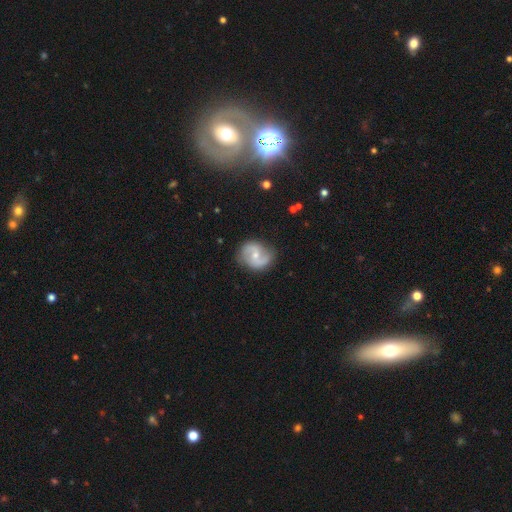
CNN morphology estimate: type=featured or disk (77%); edge-on=no (98%); bar=no (45%); spiral arms=yes (93%); winding=medium (47%); arm count=2 (90%); bulge=small (53%); merging=none (79%).